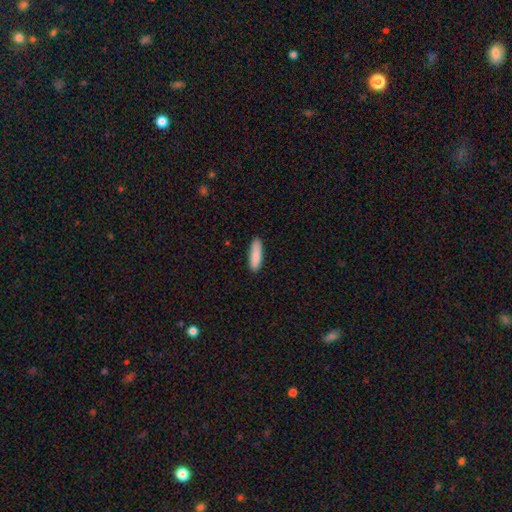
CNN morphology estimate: type=smooth (88%); roundness=cigar-shaped (60%); merging=none (88%).